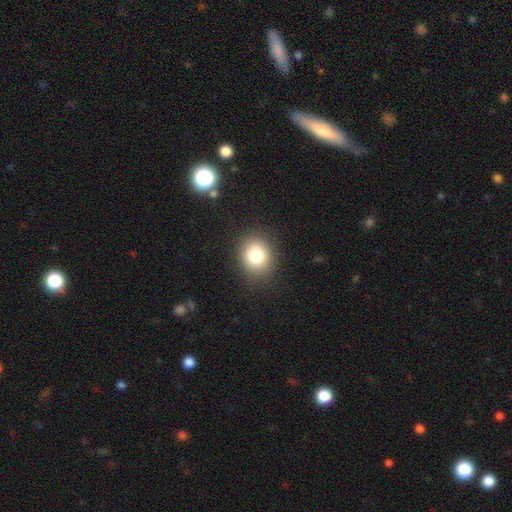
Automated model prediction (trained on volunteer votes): A smooth galaxy with no disk features (81%) that is round (66%).

Vote fractions:
- Smooth or featured? smooth: 81% / star or artifact: 11% / featured or disk: 8%
- How rounded? round: 66% / in between: 33% / cigar-shaped: 1%
- Merging? none: 88% / minor disturbance: 8% / major disturbance: 3% / merger: 1%